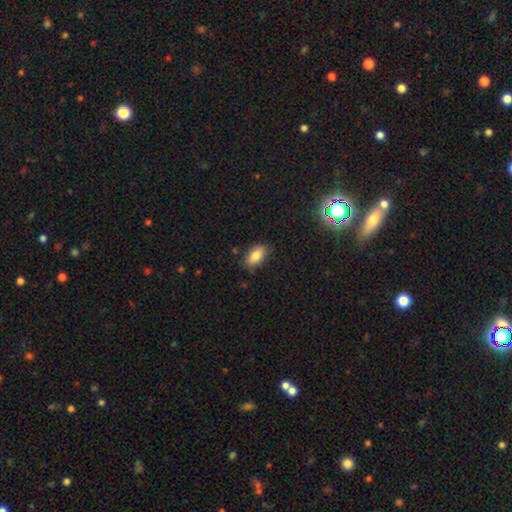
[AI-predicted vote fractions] Smooth or featured? Predicted: smooth (p=0.82). How rounded? Predicted: in between (p=0.88). Merging? Predicted: none (p=0.81).